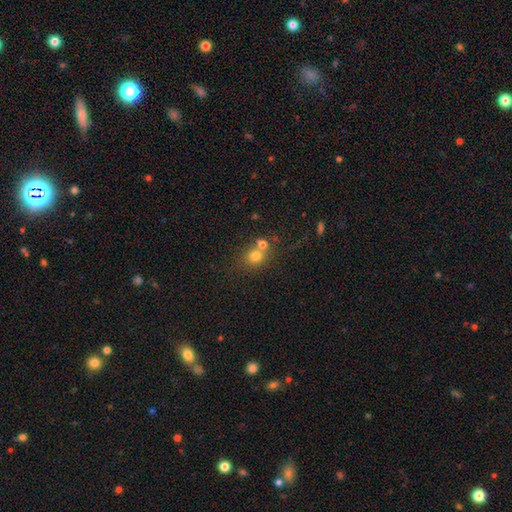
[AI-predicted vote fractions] smooth-or-featured: smooth: 75% | star or artifact: 14% | featured or disk: 11%
  how-rounded: round: 77% | in between: 22% | cigar-shaped: 1%
  merging: none: 46% | merger: 42% | minor disturbance: 8% | major disturbance: 4%